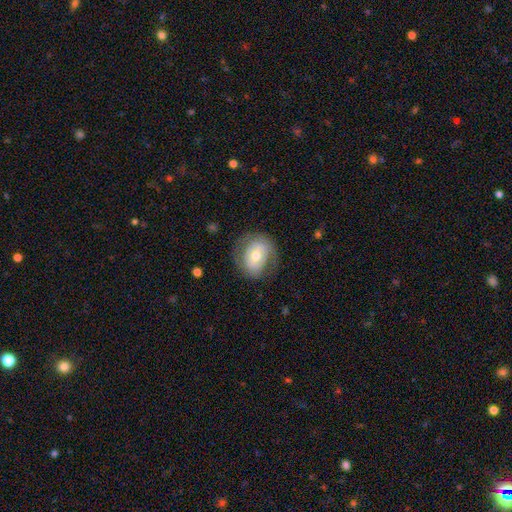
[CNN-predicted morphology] This is possibly a featured or disk galaxy (51%). It is clearly not viewed edge-on (95%). Merging: likely none (70%).